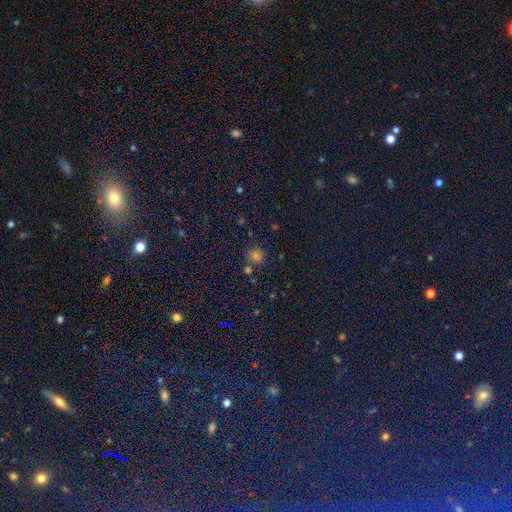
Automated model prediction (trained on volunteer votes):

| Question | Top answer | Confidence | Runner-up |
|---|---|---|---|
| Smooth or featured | smooth | 65% | star or artifact (28%) |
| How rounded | round | 87% | in between (12%) |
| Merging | none | 77% | minor disturbance (10%) |